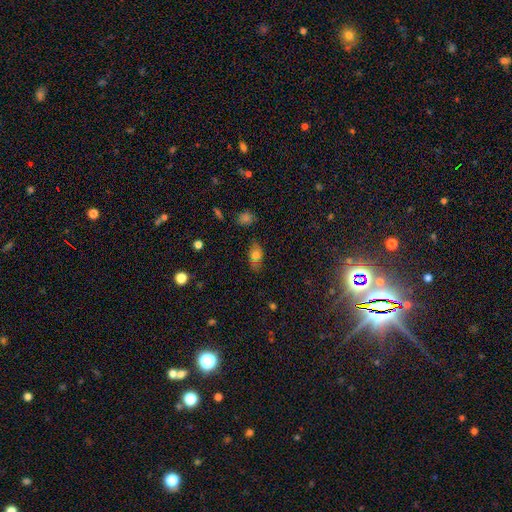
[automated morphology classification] The model was most divided on "smooth or featured": smooth: 70%, featured or disk: 19%, star or artifact: 11%. More confident: how rounded — in between (84%); merging — none (78%).